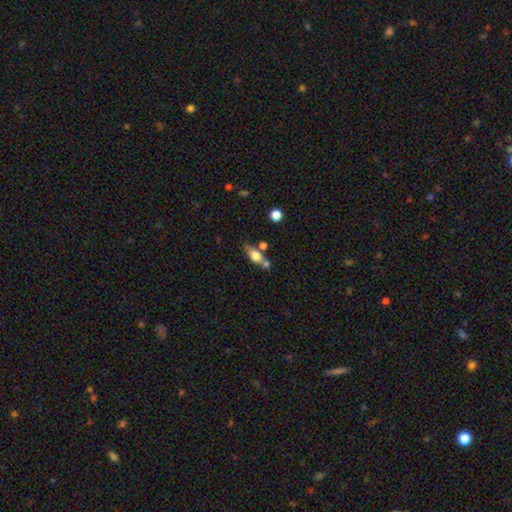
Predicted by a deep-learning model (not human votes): Smooth or featured? Predicted: smooth (p=0.67). How rounded? Predicted: in between (p=0.70). Merging? Predicted: none (p=0.47).